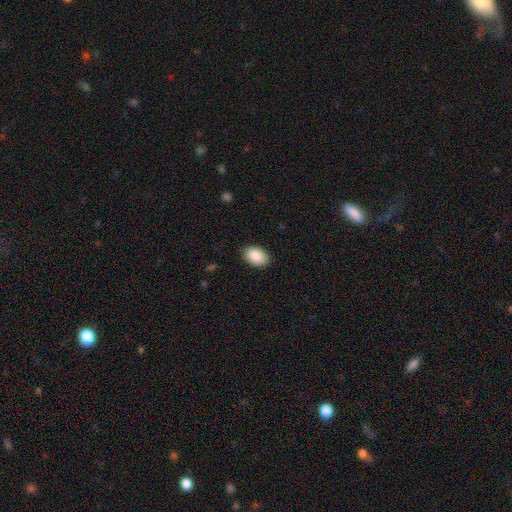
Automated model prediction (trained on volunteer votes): Overall: smooth (89%). How rounded: in between (87%). Merging: none (88%).